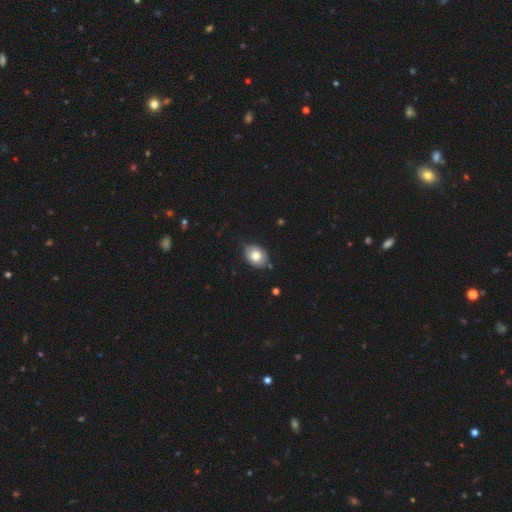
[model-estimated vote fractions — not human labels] smooth_or_featured: smooth (p=0.78) [alt: featured or disk p=0.14]
how_rounded: in between (p=0.66) [alt: round p=0.33]
merging: none (p=0.76) [alt: minor disturbance p=0.20]